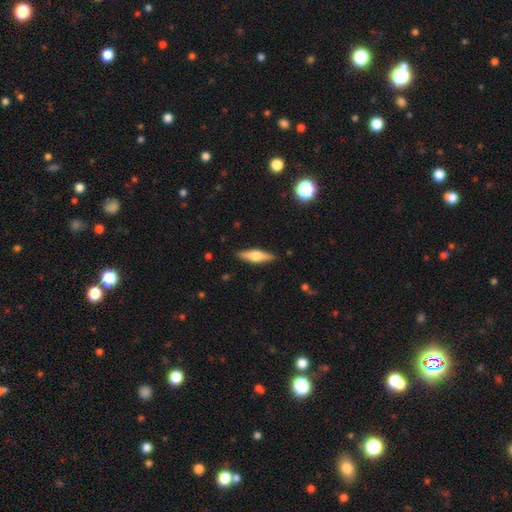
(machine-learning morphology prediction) The model was most divided on "smooth or featured": featured or disk: 51%, smooth: 43%, star or artifact: 6%. More confident: edge-on disk — yes (94%); merging — none (90%).